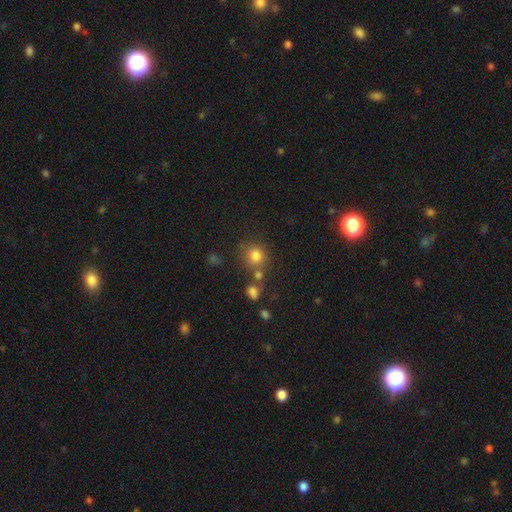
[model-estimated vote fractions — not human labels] smooth_or_featured: smooth (p=0.79) [alt: star or artifact p=0.14]
how_rounded: round (p=0.85) [alt: in between p=0.14]
merging: none (p=0.68) [alt: merger p=0.16]